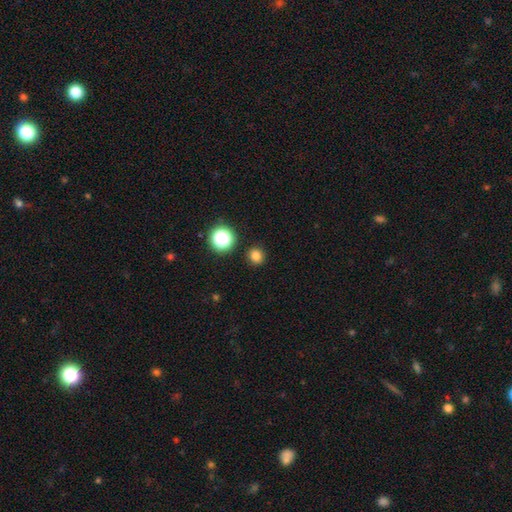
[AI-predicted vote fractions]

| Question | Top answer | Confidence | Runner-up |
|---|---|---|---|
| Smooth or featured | smooth | 79% | star or artifact (16%) |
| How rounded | round | 89% | in between (10%) |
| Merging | none | 90% | minor disturbance (6%) |